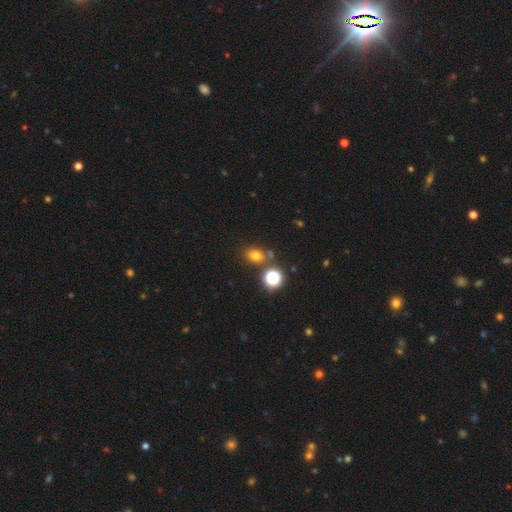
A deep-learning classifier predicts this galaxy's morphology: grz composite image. It shows a smooth galaxy with no disk features (72%) that is in between round and cigar-shaped (54%). Merging: none (73%).